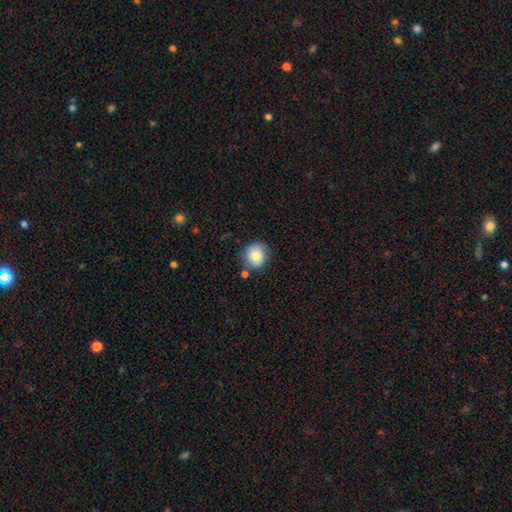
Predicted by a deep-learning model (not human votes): Smooth or featured? smooth (81%)
How rounded? round (83%)
Merging? none (72%)